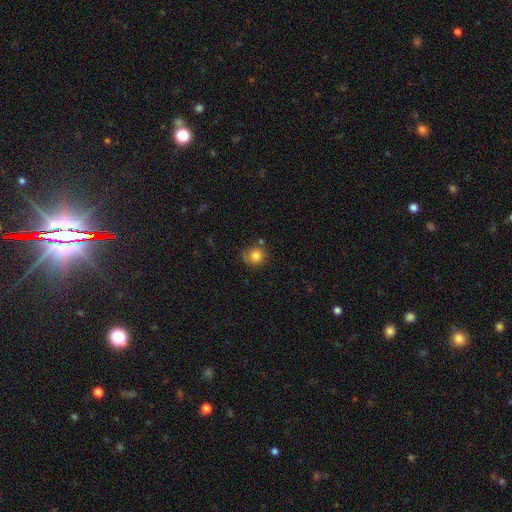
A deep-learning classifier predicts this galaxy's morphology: A smooth galaxy with no disk features (82%) that is round (89%).

Vote fractions:
- Smooth or featured? smooth: 82% / star or artifact: 10% / featured or disk: 8%
- How rounded? round: 89% / in between: 10% / cigar-shaped: 1%
- Merging? none: 69% / minor disturbance: 19% / merger: 7% / major disturbance: 5%